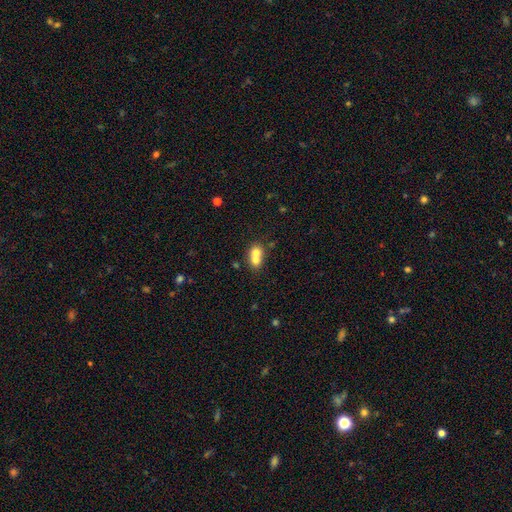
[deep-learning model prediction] Morphology: type=smooth (69%); roundness=round (64%); merging=merger (70%).